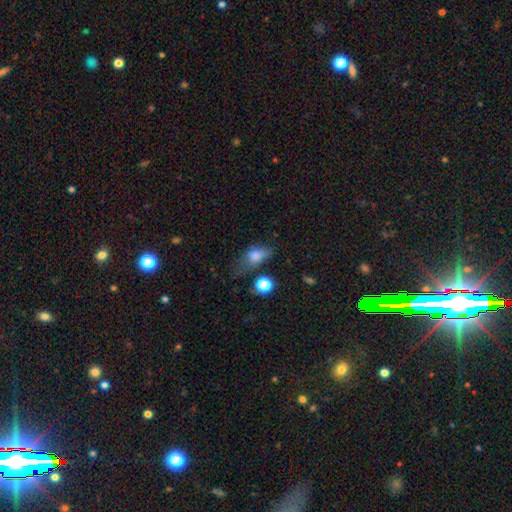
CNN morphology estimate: Smooth or featured? smooth (73%)
How rounded? in between (75%)
Merging? major disturbance (32%)